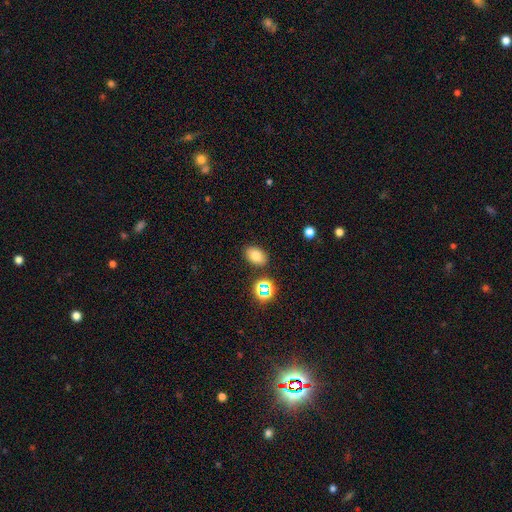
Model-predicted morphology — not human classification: Overall: smooth (75%). How rounded: in between (81%). Merging: none (84%).